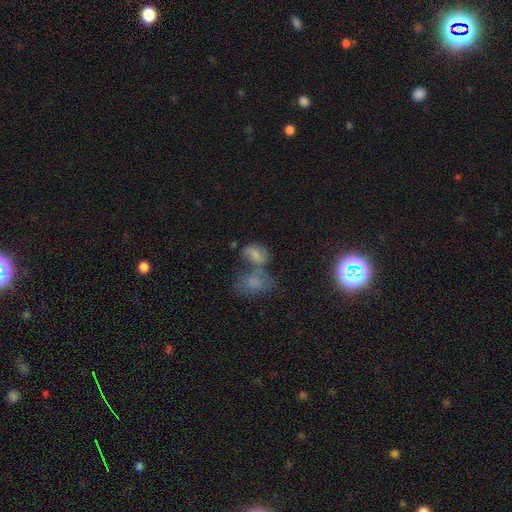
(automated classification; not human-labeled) Smooth or featured: smooth — 67% (featured or disk — 20%)
How rounded: in between — 81% (round — 17%)
Merging: merger — 51% (none — 28%)